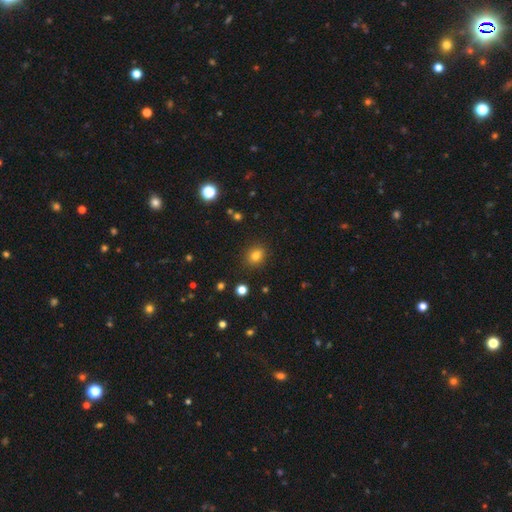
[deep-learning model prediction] Smooth or featured?
  - smooth: 80% *
  - star or artifact: 14%
  - featured or disk: 7%
How rounded?
  - round: 64% *
  - in between: 35%
  - cigar-shaped: 1%
Merging?
  - none: 88% *
  - minor disturbance: 8%
  - major disturbance: 2%
  - merger: 2%